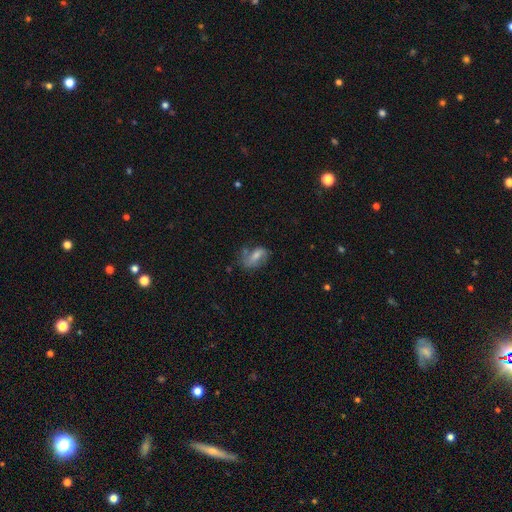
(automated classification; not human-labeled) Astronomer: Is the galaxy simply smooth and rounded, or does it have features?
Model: smooth — 50% (runner-up: featured or disk, 40%).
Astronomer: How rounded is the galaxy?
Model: in between — 84%.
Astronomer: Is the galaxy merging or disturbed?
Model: none — 50% (runner-up: minor disturbance, 28%).